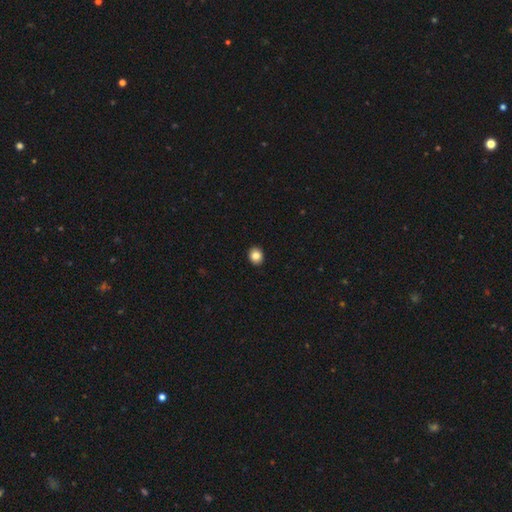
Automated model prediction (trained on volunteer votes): Smooth or featured?
  - smooth: 85% *
  - star or artifact: 10%
  - featured or disk: 6%
How rounded?
  - round: 71% *
  - in between: 28%
  - cigar-shaped: 1%
Merging?
  - none: 93% *
  - minor disturbance: 5%
  - major disturbance: 1%
  - merger: 1%